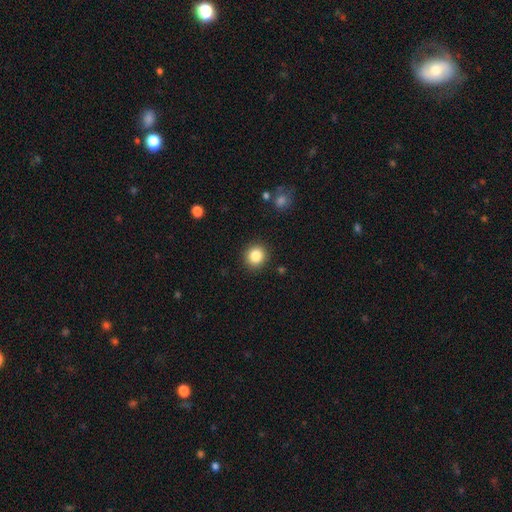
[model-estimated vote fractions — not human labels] Smooth or featured? smooth (85%)
How rounded? round (90%)
Merging? none (90%)